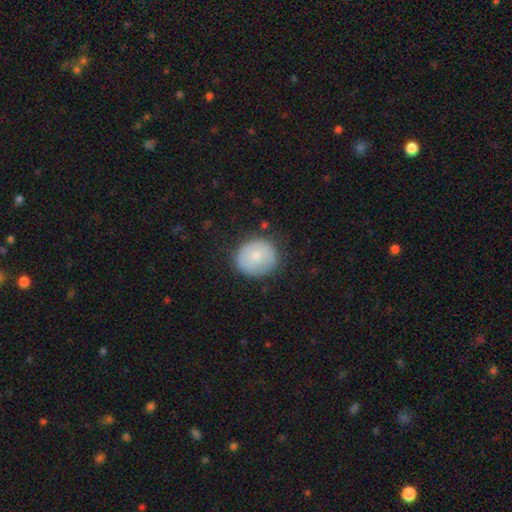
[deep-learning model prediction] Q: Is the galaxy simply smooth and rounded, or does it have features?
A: smooth — 67%.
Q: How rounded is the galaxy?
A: round — 83%.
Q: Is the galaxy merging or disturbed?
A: none — 78%.